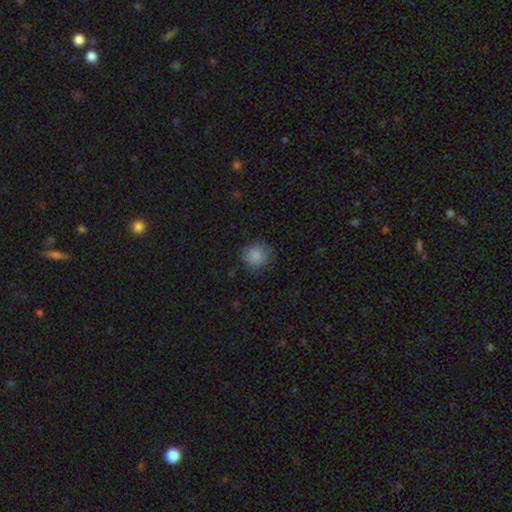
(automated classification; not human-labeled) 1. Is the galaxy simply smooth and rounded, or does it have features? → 85% smooth, 11% star or artifact, 4% featured or disk.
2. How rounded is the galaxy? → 90% round, 10% in between, 1% cigar-shaped.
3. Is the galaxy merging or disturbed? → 83% none, 13% minor disturbance, 4% major disturbance, 1% merger.